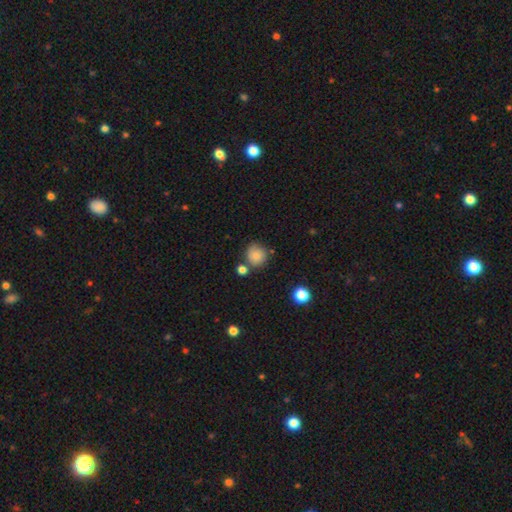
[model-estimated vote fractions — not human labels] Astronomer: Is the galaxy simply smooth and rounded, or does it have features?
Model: smooth — 82%.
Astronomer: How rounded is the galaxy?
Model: round — 87%.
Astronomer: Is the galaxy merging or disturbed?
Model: none — 68%.